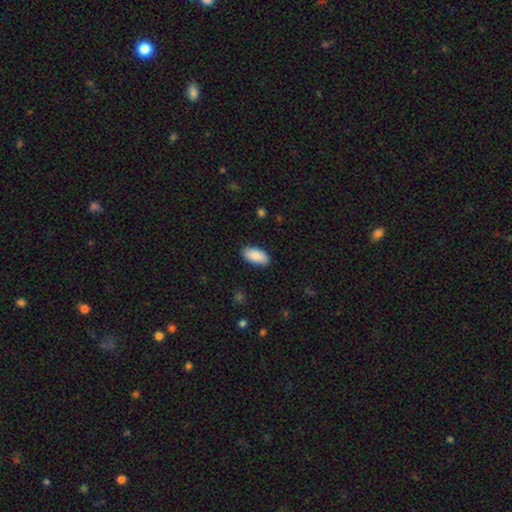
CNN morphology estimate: type=smooth (89%); roundness=in between (95%); merging=none (87%).